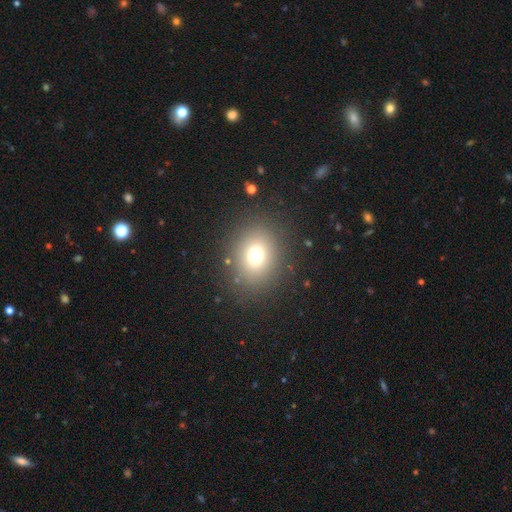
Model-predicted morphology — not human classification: This is likely a smooth galaxy (72%). How rounded: likely round (61%). Merging: clearly none (85%).